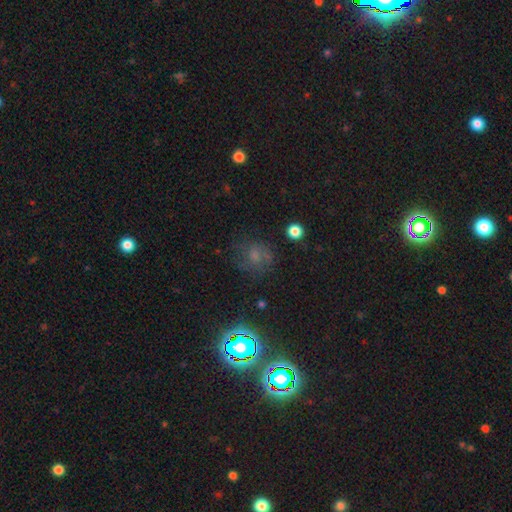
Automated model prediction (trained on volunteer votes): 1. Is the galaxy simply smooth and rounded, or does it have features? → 47% smooth, 30% star or artifact, 23% featured or disk.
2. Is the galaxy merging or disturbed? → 63% none, 19% minor disturbance, 15% major disturbance, 3% merger.